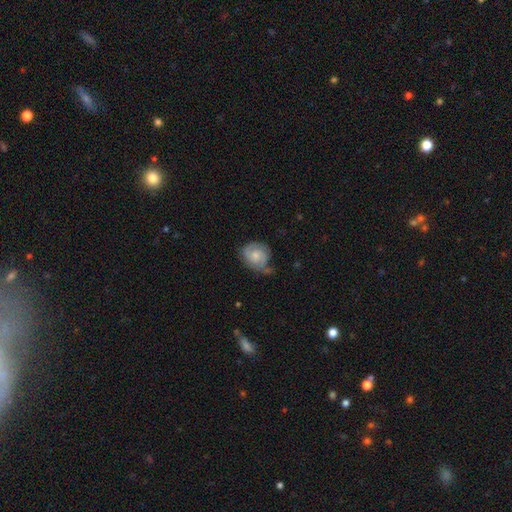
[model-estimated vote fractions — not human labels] This appears to be a featured or disk galaxy (47%). Merging: none (46%).